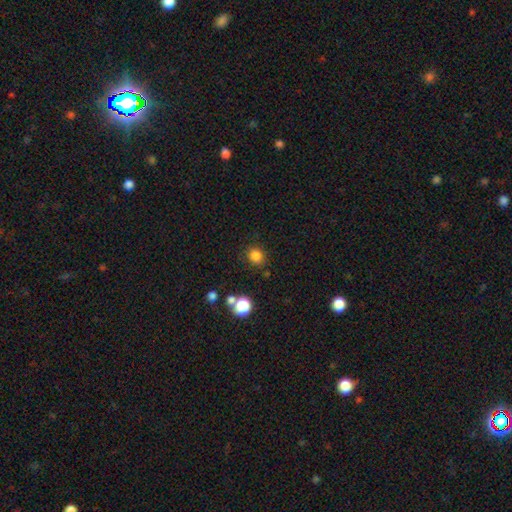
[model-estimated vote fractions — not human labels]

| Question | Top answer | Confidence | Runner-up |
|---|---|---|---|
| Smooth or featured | smooth | 82% | star or artifact (13%) |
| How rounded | round | 83% | in between (16%) |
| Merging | none | 84% | minor disturbance (9%) |